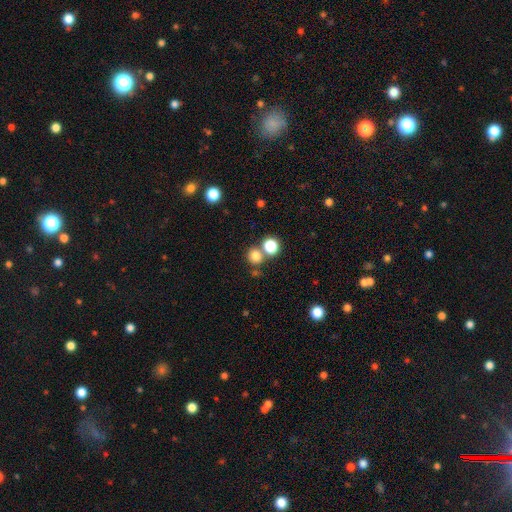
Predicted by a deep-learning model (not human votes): smooth 79%, star or artifact 15%, featured or disk 6%. Down the decision tree: how rounded — round (86%); merging — none (62%).